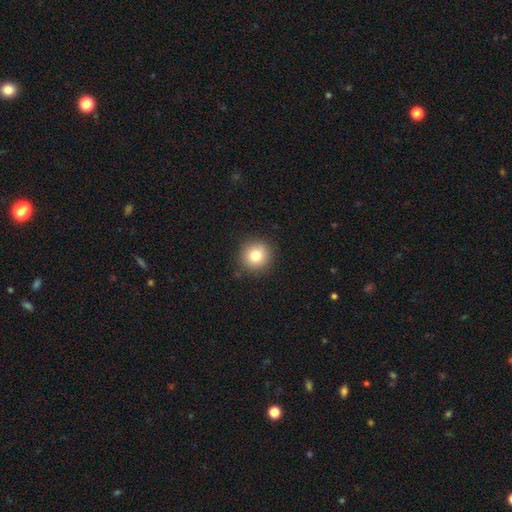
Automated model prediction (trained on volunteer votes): A smooth galaxy with no disk features (81%) that is round (93%). Merging: none (90%).